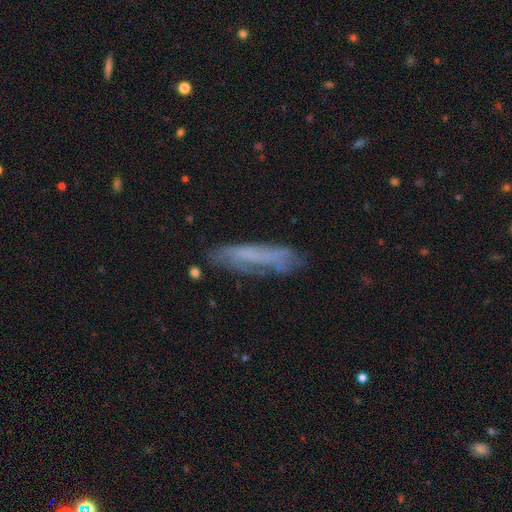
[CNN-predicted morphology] This appears to be a smooth galaxy with no disk features (50%) that is cigar-shaped (78%). Merging: none (66%).